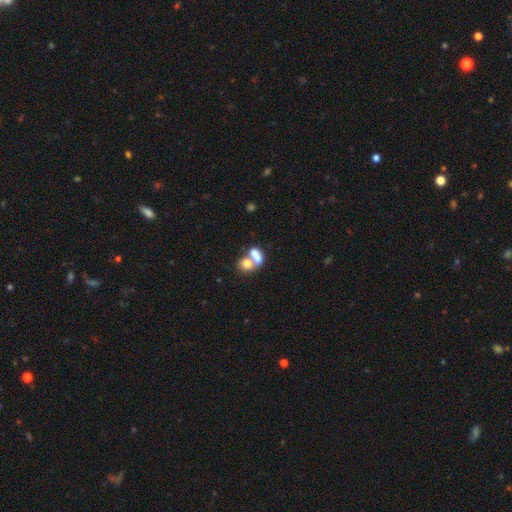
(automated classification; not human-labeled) Q: Smooth or featured?
A: smooth (68%); runner-up: featured or disk (22%)
Q: How rounded?
A: in between (66%); runner-up: round (31%)
Q: Merging?
A: merger (70%); runner-up: none (19%)